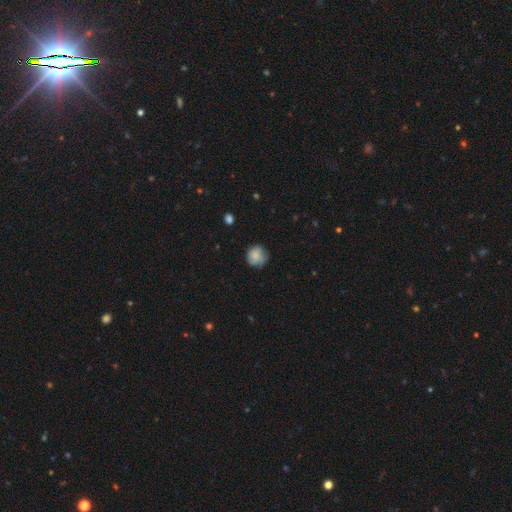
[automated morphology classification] Q: Smooth or featured?
A: smooth (73%); runner-up: featured or disk (18%)
Q: How rounded?
A: round (87%); runner-up: in between (12%)
Q: Merging?
A: none (68%); runner-up: minor disturbance (23%)